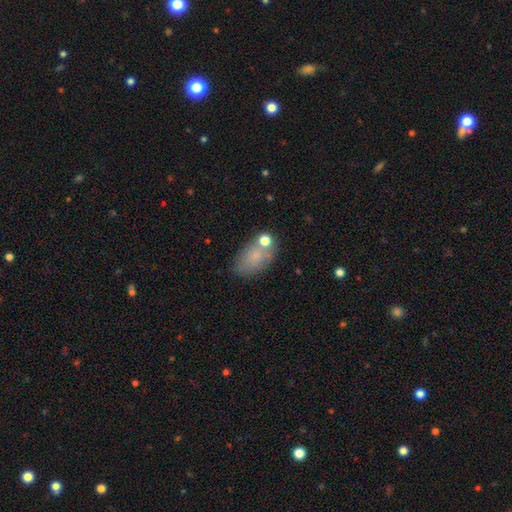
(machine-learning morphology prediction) Smooth or featured? Predicted: smooth (p=0.72). How rounded? Predicted: in between (p=0.89). Merging? Predicted: none (p=0.63).